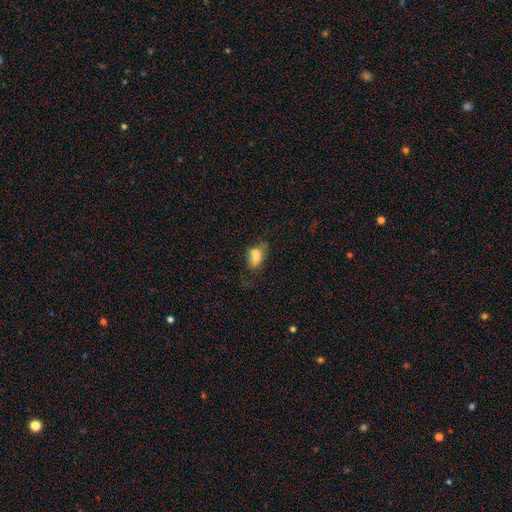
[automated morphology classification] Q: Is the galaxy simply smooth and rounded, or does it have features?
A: smooth — 68%.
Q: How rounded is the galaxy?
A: in between — 81%.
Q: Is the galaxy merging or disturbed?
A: none — 33%, tied with merger.